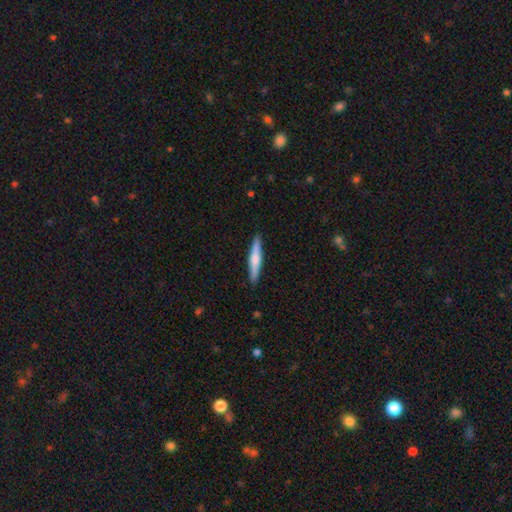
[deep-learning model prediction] smooth 48%, featured or disk 47%, star or artifact 6%. Down the decision tree: merging — none (91%).